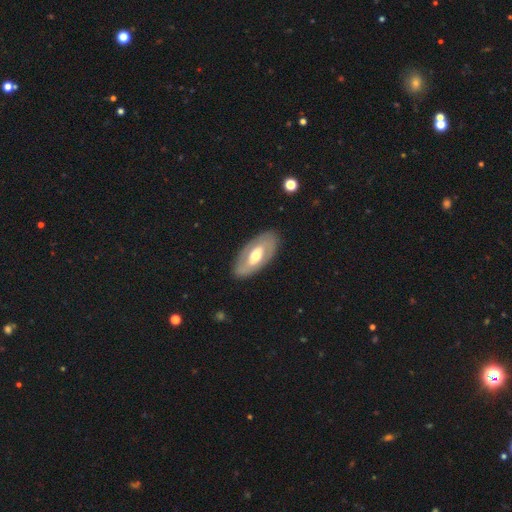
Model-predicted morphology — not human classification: Smooth or featured?
  - featured or disk: 60% *
  - smooth: 35%
  - star or artifact: 5%
Edge-on disk?
  - no: 87% *
  - yes: 13%
Bar?
  - no: 47% *
  - weak: 31%
  - strong: 22%
Spiral arms?
  - no: 66% *
  - yes: 34%
Bulge size?
  - moderate: 69% *
  - large: 15%
  - small: 13%
  - dominant: 1%
  - none: 1%
Merging?
  - none: 84% *
  - minor disturbance: 11%
  - major disturbance: 4%
  - merger: 1%